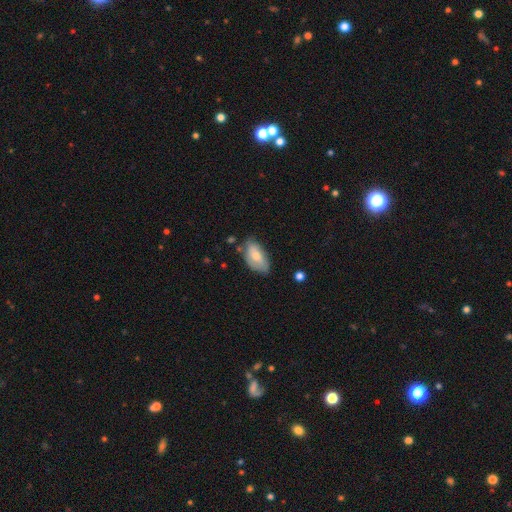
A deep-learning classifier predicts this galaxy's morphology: type=smooth (69%); roundness=in between (93%); merging=none (59%).